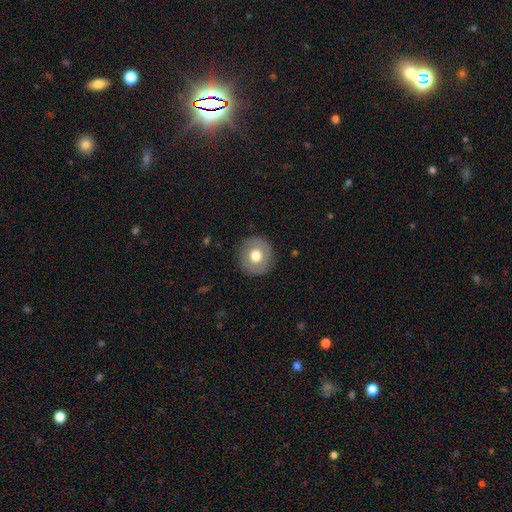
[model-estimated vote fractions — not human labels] This appears to be a smooth galaxy with no disk features (69%) that is round (90%). Merging: none (88%).